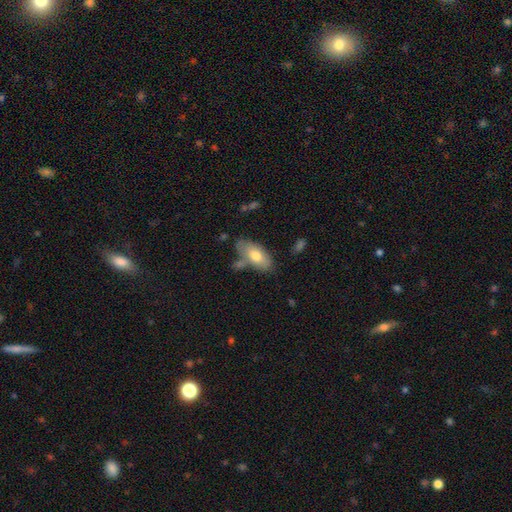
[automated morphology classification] Smooth or featured?
  - smooth: 73% *
  - featured or disk: 21%
  - star or artifact: 6%
How rounded?
  - in between: 89% *
  - cigar-shaped: 8%
  - round: 3%
Merging?
  - none: 58% *
  - minor disturbance: 20%
  - merger: 15%
  - major disturbance: 6%